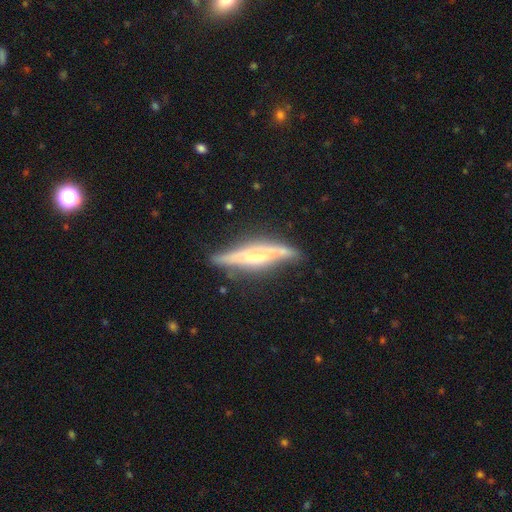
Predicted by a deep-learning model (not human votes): A featured or disk galaxy (72%) viewed edge-on (87%) with a rounded central bulge (44%).

Vote fractions:
- Smooth or featured? featured or disk: 72% / smooth: 22% / star or artifact: 6%
- Edge-on disk? yes: 87% / no: 13%
- Edge-on bulge? rounded: 44% / boxy: 31% / none: 25%
- Merging? none: 64% / minor disturbance: 25% / major disturbance: 7% / merger: 5%